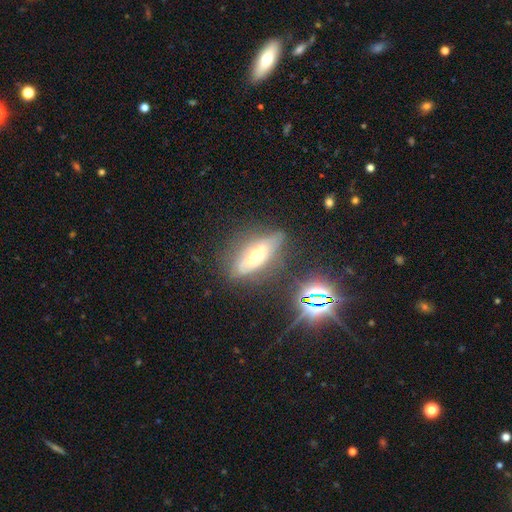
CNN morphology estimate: smooth_or_featured: featured or disk (p=0.49) [alt: smooth p=0.35]
merging: none (p=0.70) [alt: minor disturbance p=0.19]